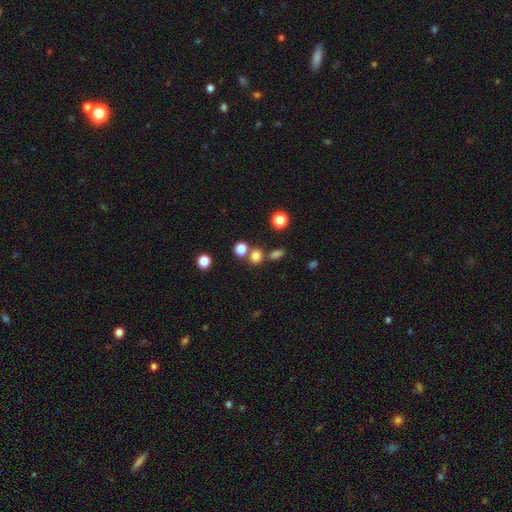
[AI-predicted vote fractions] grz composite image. It shows a smooth galaxy with no disk features (78%) that is round (68%). Merging: none (66%).